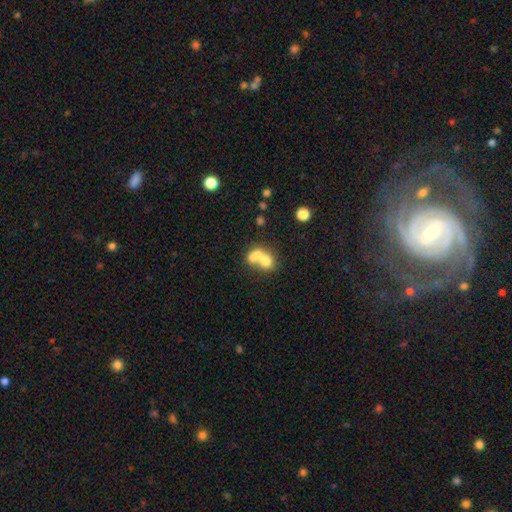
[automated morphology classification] smooth-or-featured: smooth: 69% | featured or disk: 20% | star or artifact: 11%
  how-rounded: round: 53% | in between: 46% | cigar-shaped: 2%
  merging: merger: 69% | none: 21% | minor disturbance: 6% | major disturbance: 4%